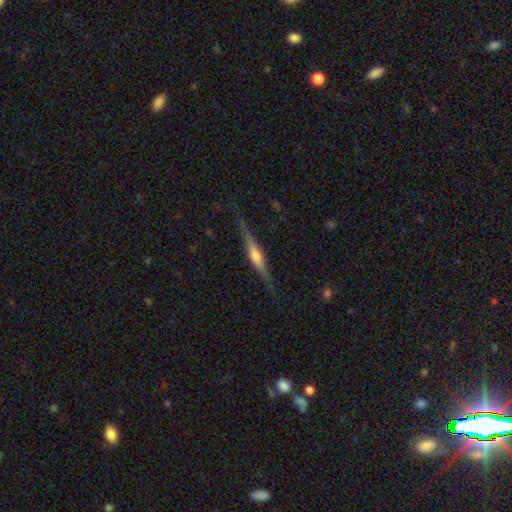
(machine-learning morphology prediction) Smooth or featured? Predicted: featured or disk (p=0.77). Edge-on disk? Predicted: yes (p=0.98). Edge-on bulge? Predicted: rounded (p=0.82). Merging? Predicted: none (p=0.85).